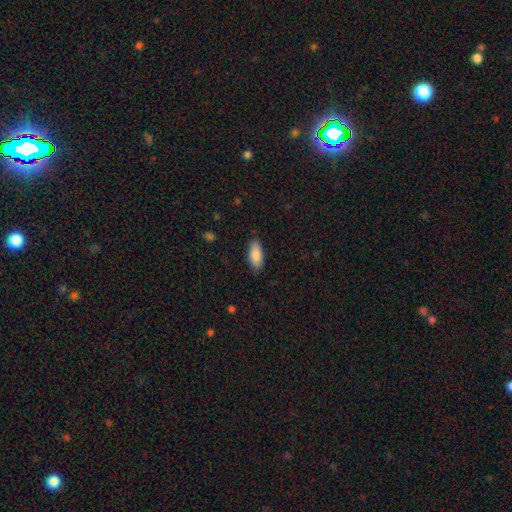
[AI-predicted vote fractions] smooth_or_featured: smooth (p=0.88) [alt: featured or disk p=0.06]
how_rounded: in between (p=0.83) [alt: cigar-shaped p=0.15]
merging: none (p=0.86) [alt: minor disturbance p=0.10]